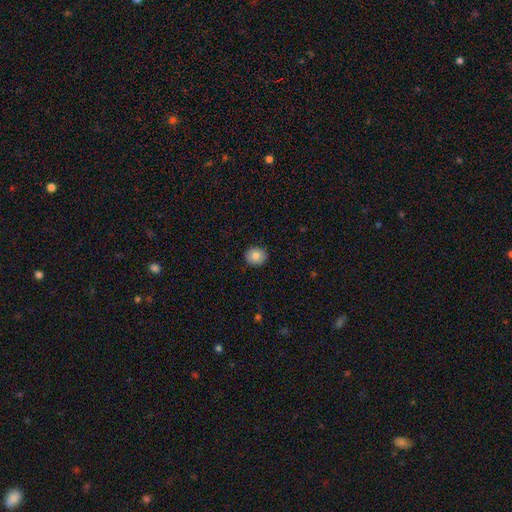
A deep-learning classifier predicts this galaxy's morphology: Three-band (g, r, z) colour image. It shows a smooth galaxy with no disk features (82%) that is round (79%). Merging: none (89%).